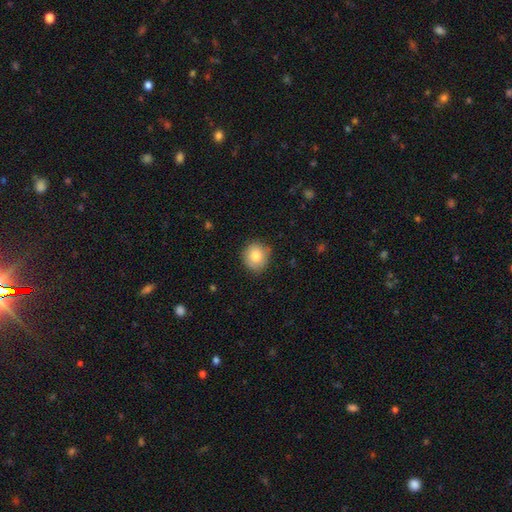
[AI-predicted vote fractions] Q: Smooth or featured?
A: smooth (80%); runner-up: featured or disk (11%)
Q: How rounded?
A: round (86%); runner-up: in between (13%)
Q: Merging?
A: none (83%); runner-up: minor disturbance (13%)